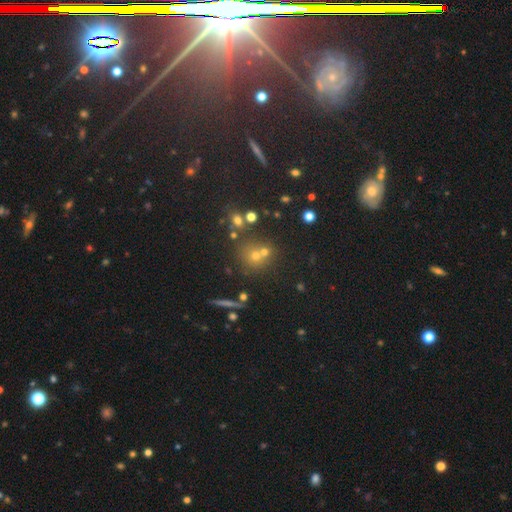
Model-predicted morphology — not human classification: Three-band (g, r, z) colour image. It shows a smooth galaxy with no disk features (52%) that is round (86%). Merging: none (58%).